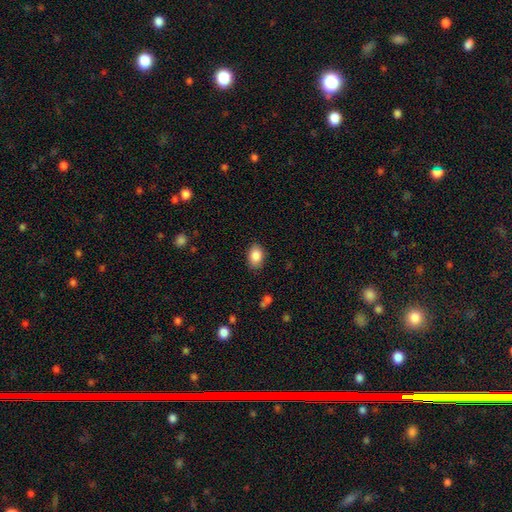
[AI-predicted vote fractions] smooth_or_featured: smooth (p=0.87) [alt: star or artifact p=0.08]
how_rounded: in between (p=0.82) [alt: round p=0.17]
merging: none (p=0.85) [alt: minor disturbance p=0.11]